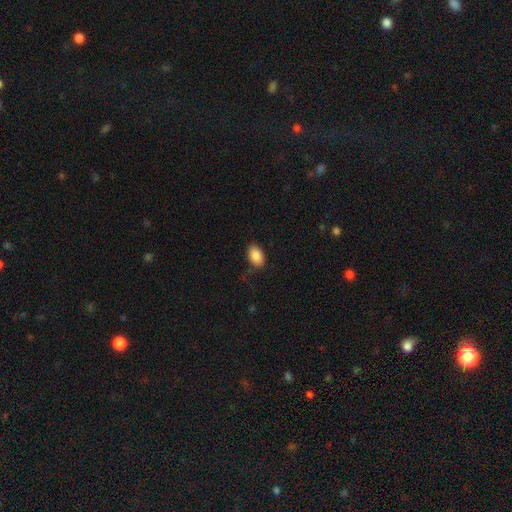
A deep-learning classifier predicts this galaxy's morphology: type=smooth (88%); roundness=in between (88%); merging=none (81%).